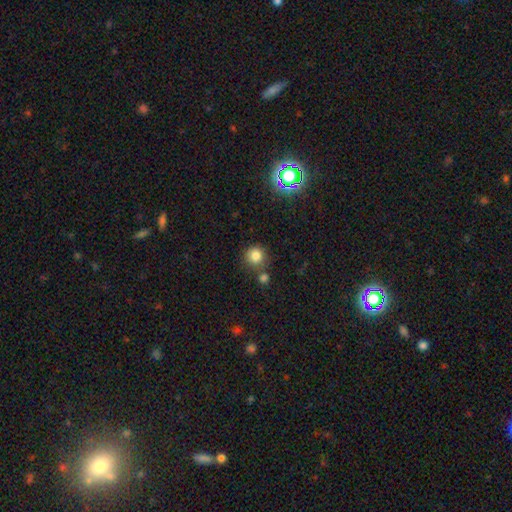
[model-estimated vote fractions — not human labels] A smooth galaxy with no disk features (80%) that is round (92%). Merging: none (71%).